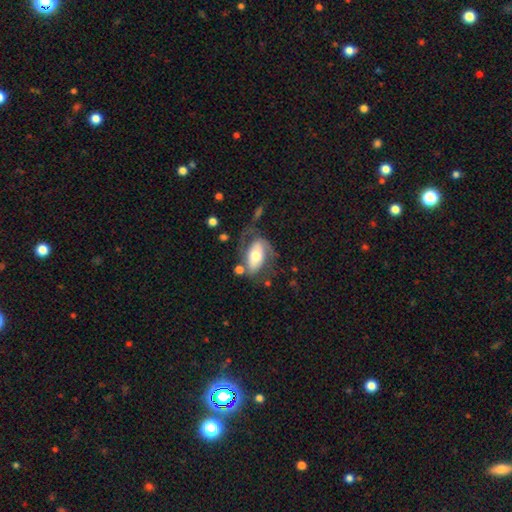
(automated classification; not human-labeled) This is possibly a featured or disk galaxy (58%). It is clearly not viewed edge-on (92%). Bar: possibly no (47%). Spiral arm pattern: likely yes (69%). Central bulge: likely moderate (64%). Merging: marginally none (45%).